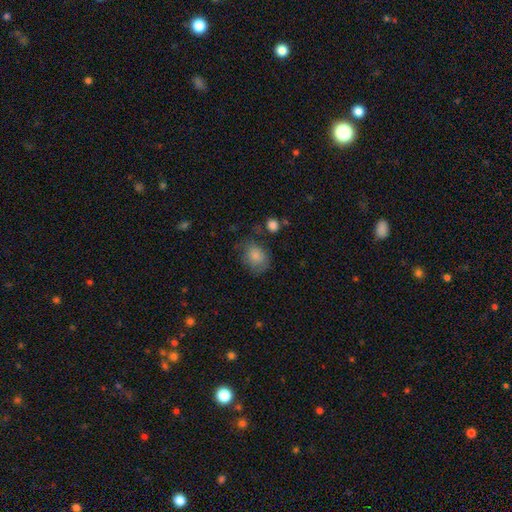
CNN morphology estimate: This appears to be a smooth galaxy with no disk features (81%) that is in between round and cigar-shaped (53%). Merging: none (56%).